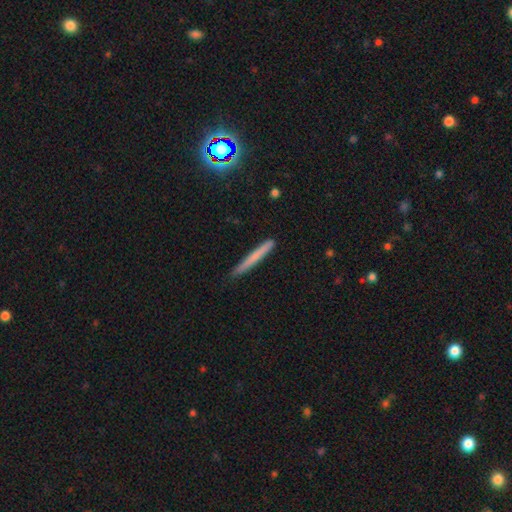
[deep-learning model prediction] Morphology: type=smooth (65%); roundness=cigar-shaped (96%); merging=none (86%).